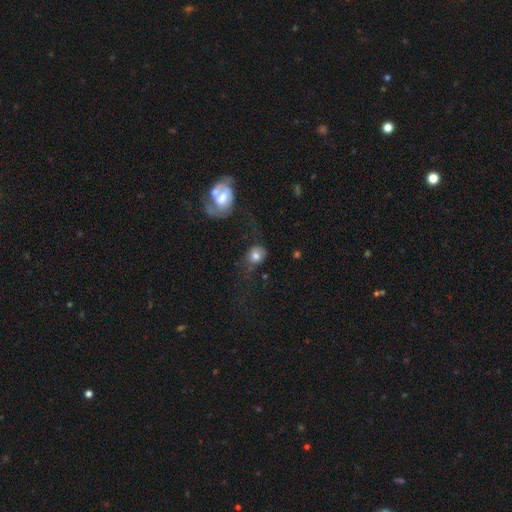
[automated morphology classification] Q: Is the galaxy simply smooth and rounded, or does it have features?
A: smooth — 73%.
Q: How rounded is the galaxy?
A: round — 65%.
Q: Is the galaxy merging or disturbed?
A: none — 42%.